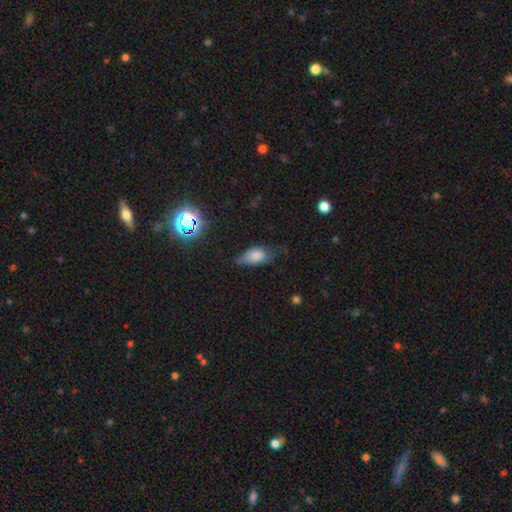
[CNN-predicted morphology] type=smooth (75%); roundness=in between (88%); merging=minor disturbance (41%).